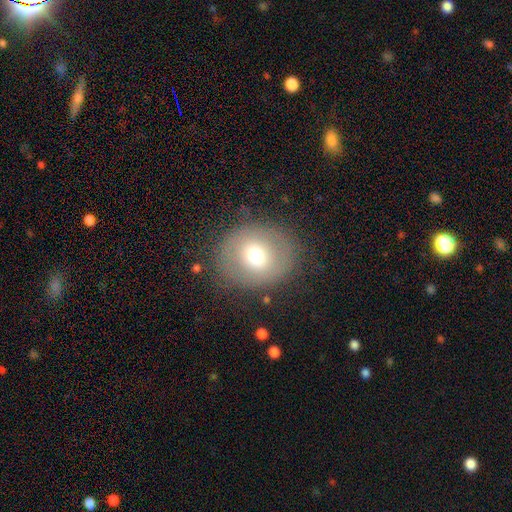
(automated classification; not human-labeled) This appears to be a smooth galaxy with no disk features (63%) that is round (77%). Merging: none (80%).